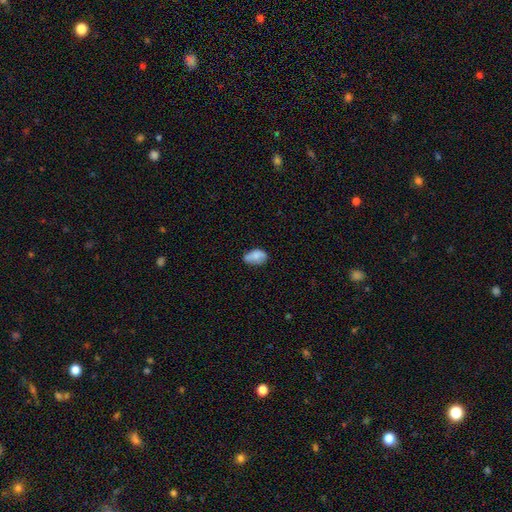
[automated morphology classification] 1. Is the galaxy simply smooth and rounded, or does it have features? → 78% smooth, 15% featured or disk, 8% star or artifact.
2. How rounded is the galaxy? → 90% in between, 8% round, 2% cigar-shaped.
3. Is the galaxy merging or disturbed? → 56% none, 33% minor disturbance, 8% major disturbance, 3% merger.